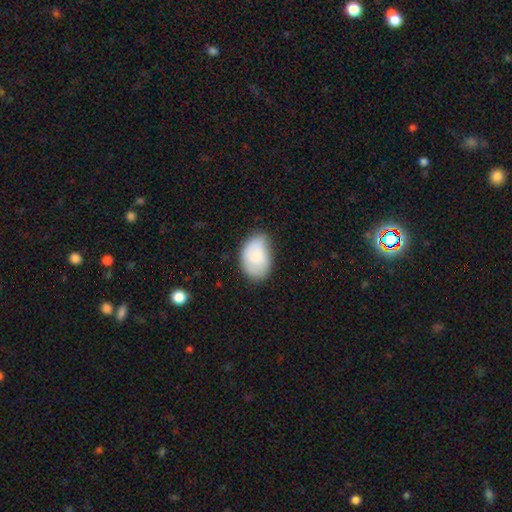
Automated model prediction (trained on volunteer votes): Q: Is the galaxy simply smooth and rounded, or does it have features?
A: smooth — 81%.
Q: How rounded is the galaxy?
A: in between — 89%.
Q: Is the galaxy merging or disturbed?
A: none — 57%.